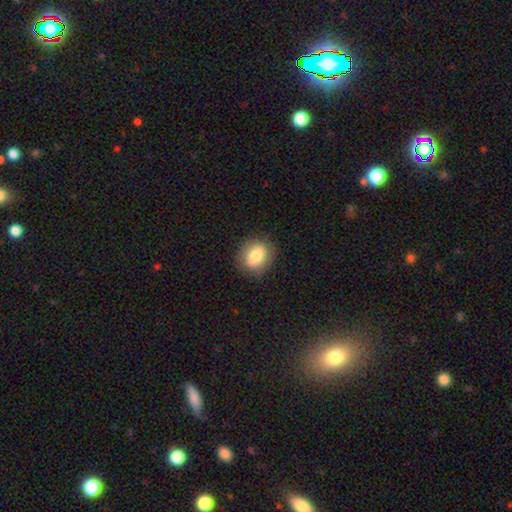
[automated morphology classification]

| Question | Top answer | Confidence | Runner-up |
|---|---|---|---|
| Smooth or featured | smooth | 79% | featured or disk (13%) |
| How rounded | round | 59% | in between (40%) |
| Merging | none | 85% | minor disturbance (11%) |